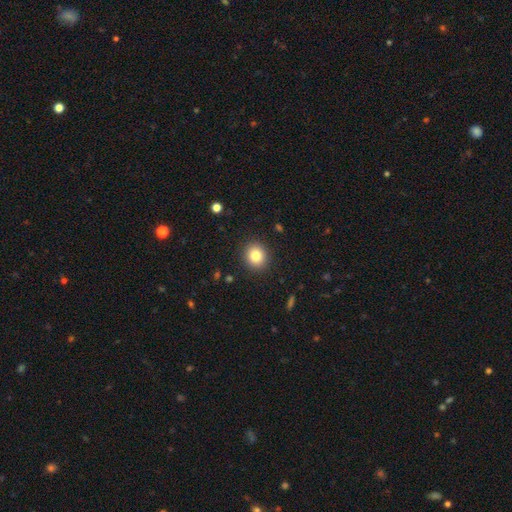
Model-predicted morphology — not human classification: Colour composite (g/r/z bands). It shows a smooth galaxy with no disk features (81%) that is round (82%). Merging: none (90%).